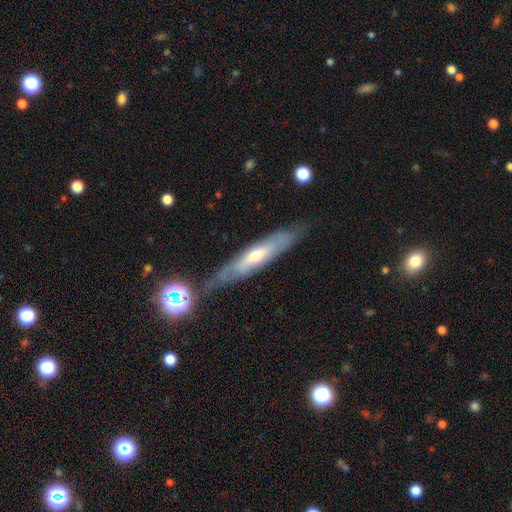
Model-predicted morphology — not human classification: Overall: featured or disk (61%; smooth 30%). Edge-on disk: yes (65%; no 35%). Merging: none (79%).